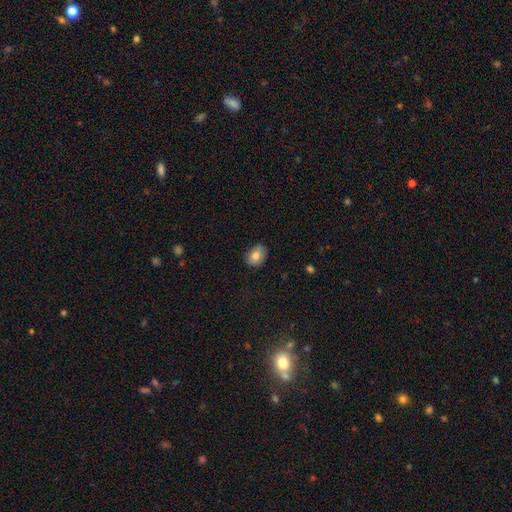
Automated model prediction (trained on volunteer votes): A smooth galaxy with no disk features (82%) that is in between round and cigar-shaped (64%). Merging: none (80%).